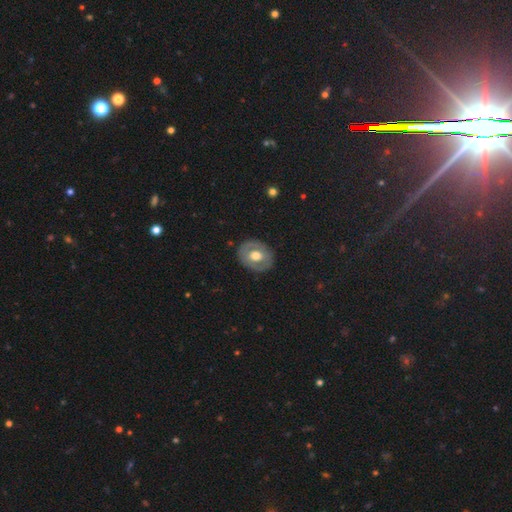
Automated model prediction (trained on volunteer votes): Smooth or featured: smooth — 48% (featured or disk — 47%)
Merging: none — 83% (minor disturbance — 12%)